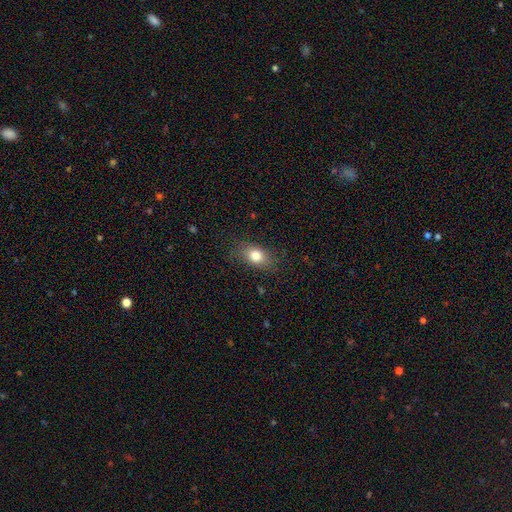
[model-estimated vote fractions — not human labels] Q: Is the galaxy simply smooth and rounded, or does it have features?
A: smooth — 80%.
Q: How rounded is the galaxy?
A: in between — 77%.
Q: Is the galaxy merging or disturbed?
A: none — 81%.